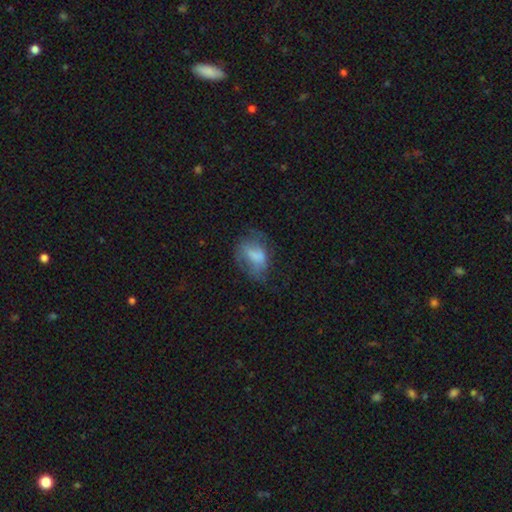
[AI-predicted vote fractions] Smooth or featured? smooth (54%)
How rounded? in between (75%)
Merging? none (40%)